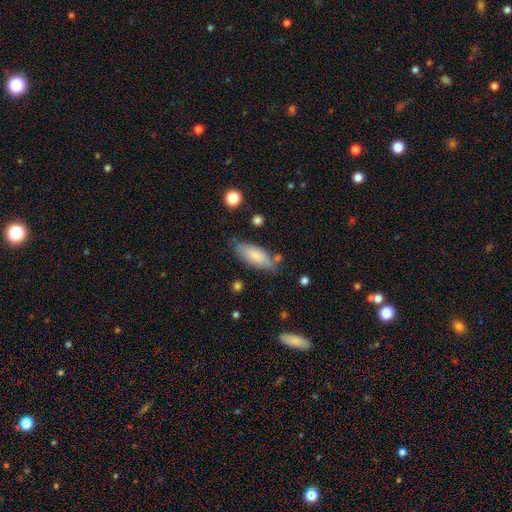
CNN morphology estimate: Smooth or featured: smooth — 79% (featured or disk — 15%)
How rounded: in between — 78% (cigar-shaped — 20%)
Merging: none — 72% (minor disturbance — 19%)